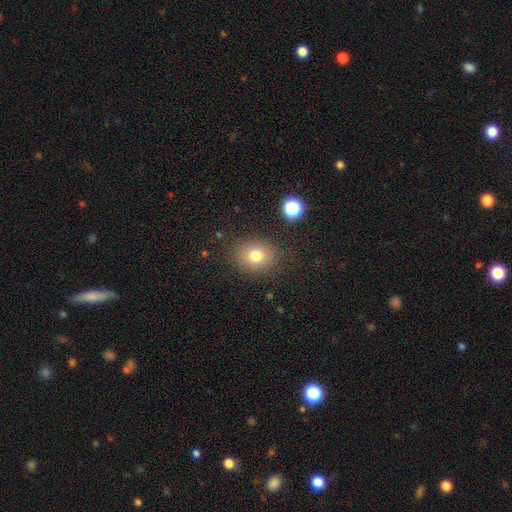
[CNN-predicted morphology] A smooth galaxy with no disk features (77%) that is round (66%).

Vote fractions:
- Smooth or featured? smooth: 77% / star or artifact: 13% / featured or disk: 9%
- How rounded? round: 66% / in between: 33% / cigar-shaped: 1%
- Merging? none: 85% / minor disturbance: 9% / major disturbance: 4% / merger: 2%